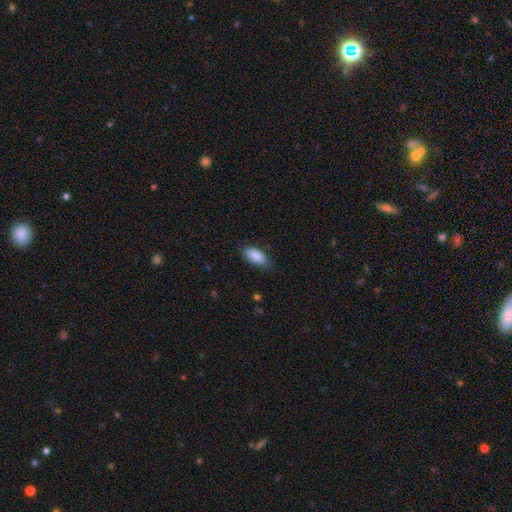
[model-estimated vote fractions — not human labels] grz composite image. It shows a smooth galaxy with no disk features (89%) that is in between round and cigar-shaped (91%). Merging: none (77%).